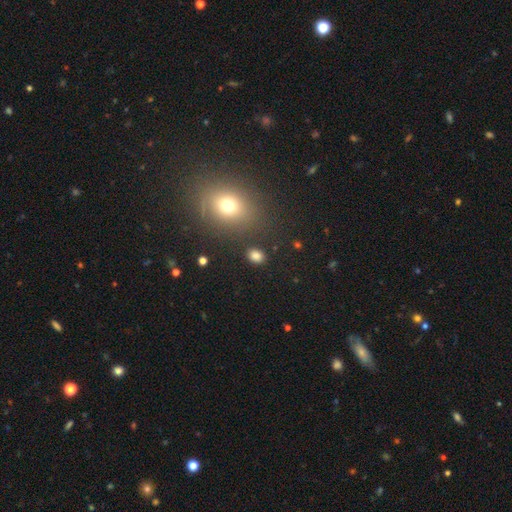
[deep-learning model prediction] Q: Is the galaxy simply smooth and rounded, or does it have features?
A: smooth — 82%.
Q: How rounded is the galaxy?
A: in between — 61%.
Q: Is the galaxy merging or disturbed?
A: none — 85%.